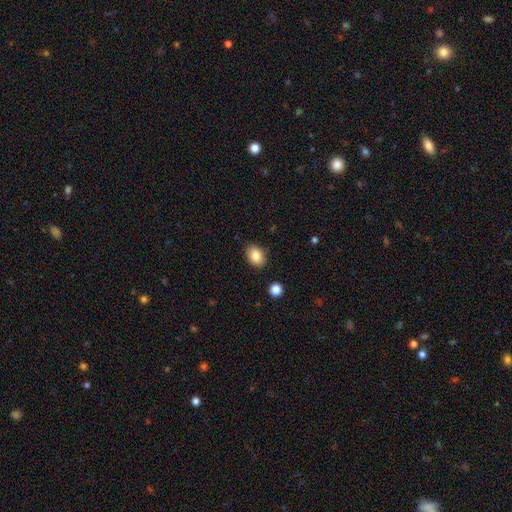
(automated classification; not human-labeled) A smooth galaxy with no disk features (85%) that is in between round and cigar-shaped (78%). Merging: none (87%).